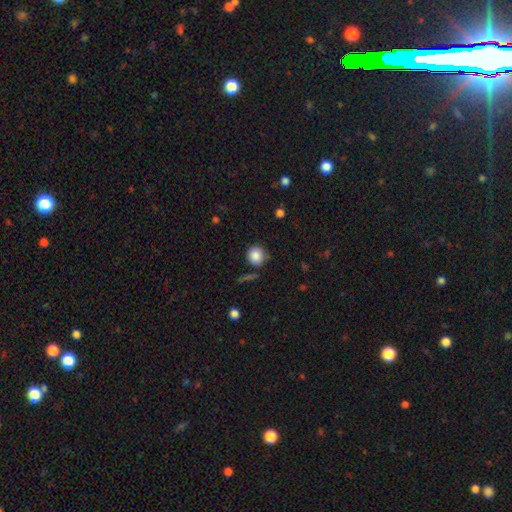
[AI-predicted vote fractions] smooth 86%, star or artifact 9%, featured or disk 5%. Down the decision tree: how rounded — round (86%); merging — none (75%).